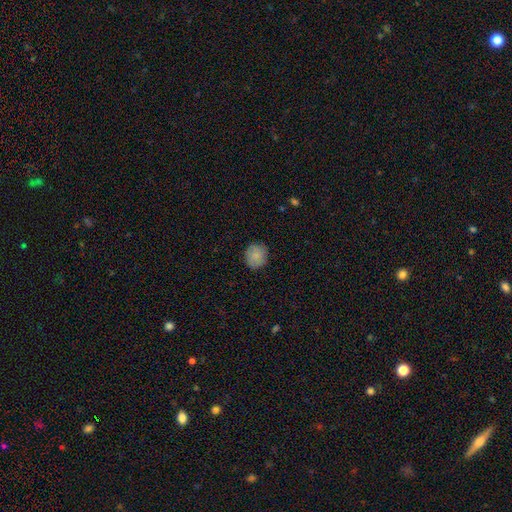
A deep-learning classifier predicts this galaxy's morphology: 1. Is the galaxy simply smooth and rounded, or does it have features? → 85% smooth, 8% featured or disk, 7% star or artifact.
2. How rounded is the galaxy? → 85% round, 14% in between, 1% cigar-shaped.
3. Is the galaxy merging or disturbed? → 86% none, 11% minor disturbance, 2% major disturbance, 1% merger.